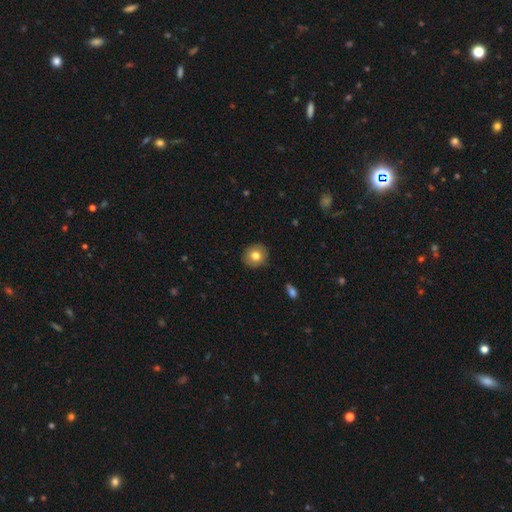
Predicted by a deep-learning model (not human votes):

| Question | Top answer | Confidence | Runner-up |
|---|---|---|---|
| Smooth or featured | smooth | 78% | featured or disk (13%) |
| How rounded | round | 86% | in between (13%) |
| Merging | none | 89% | minor disturbance (8%) |